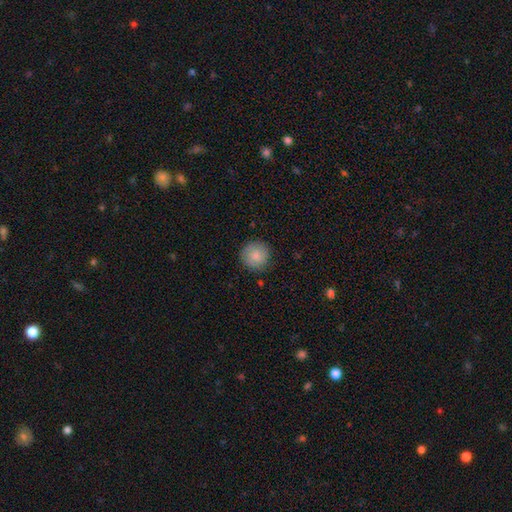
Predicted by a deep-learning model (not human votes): smooth 82%, featured or disk 12%, star or artifact 7%. Down the decision tree: how rounded — round (95%); merging — none (87%).